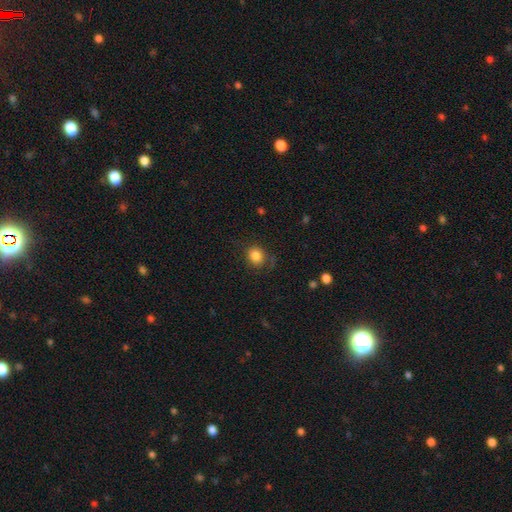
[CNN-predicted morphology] A smooth galaxy with no disk features (83%) that is round (70%).

Vote fractions:
- Smooth or featured? smooth: 83% / star or artifact: 10% / featured or disk: 7%
- How rounded? round: 70% / in between: 30% / cigar-shaped: 1%
- Merging? none: 74% / minor disturbance: 17% / major disturbance: 7% / merger: 2%